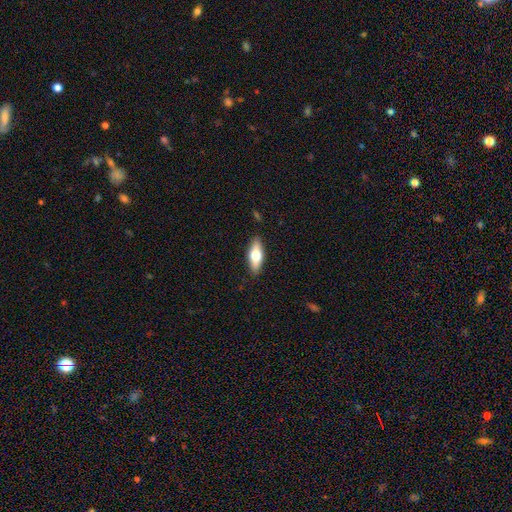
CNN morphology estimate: This appears to be a smooth galaxy with no disk features (61%) that is in between round and cigar-shaped (71%). Merging: none (87%).